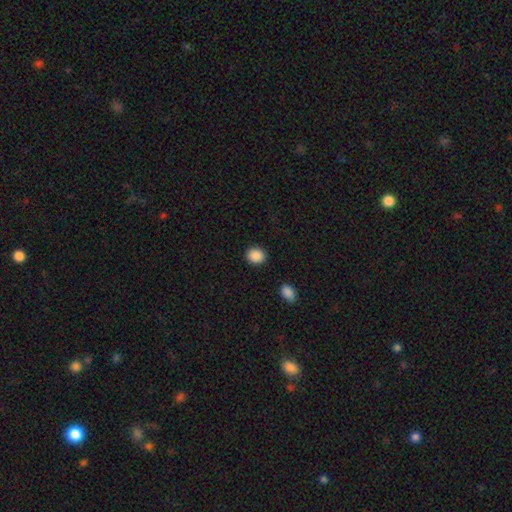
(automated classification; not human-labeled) smooth-or-featured: smooth: 90% | star or artifact: 8% | featured or disk: 2%
  how-rounded: round: 70% | in between: 29% | cigar-shaped: 1%
  merging: none: 90% | minor disturbance: 6% | major disturbance: 2% | merger: 2%